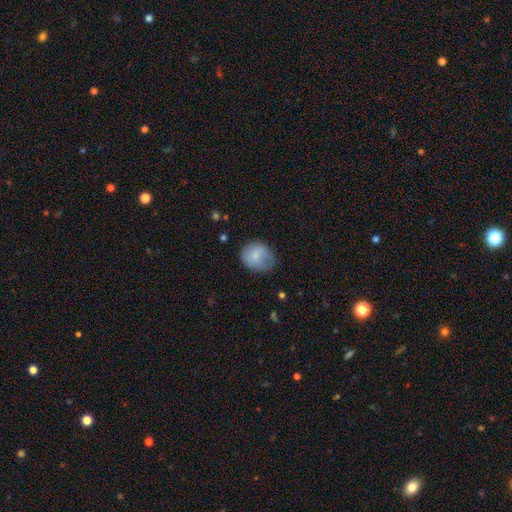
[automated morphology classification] This appears to be a smooth galaxy with no disk features (80%) that is round (61%). Merging: none (59%).